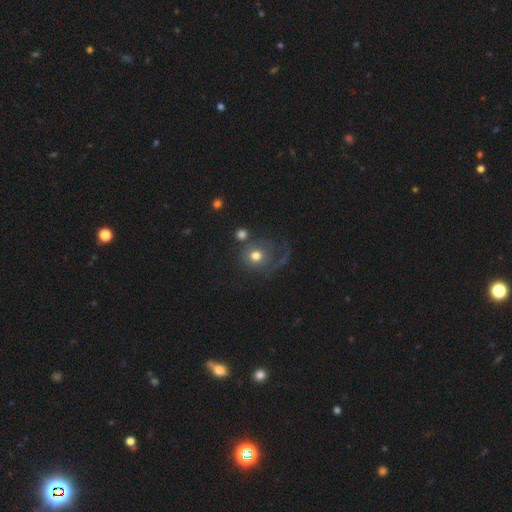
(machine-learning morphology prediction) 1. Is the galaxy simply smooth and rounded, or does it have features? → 58% smooth, 30% featured or disk, 11% star or artifact.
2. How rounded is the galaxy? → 79% round, 20% in between, 1% cigar-shaped.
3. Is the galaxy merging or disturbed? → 38% none, 34% major disturbance, 15% minor disturbance, 13% merger.